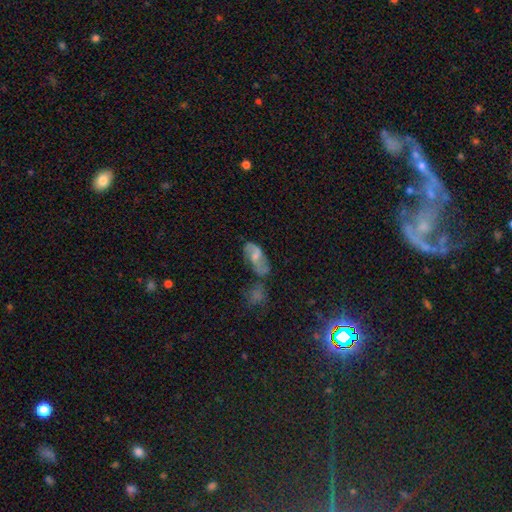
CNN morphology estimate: smooth-or-featured: featured or disk: 48% | smooth: 43% | star or artifact: 9%
  merging: none: 47% | minor disturbance: 24% | merger: 17% | major disturbance: 12%